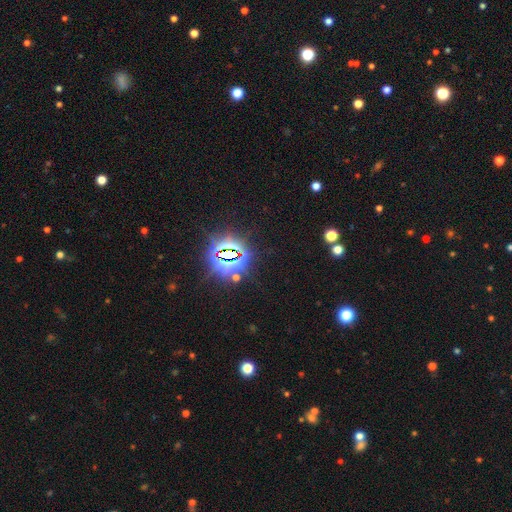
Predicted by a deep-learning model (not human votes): smooth_or_featured: star or artifact (p=0.83) [alt: smooth p=0.10]